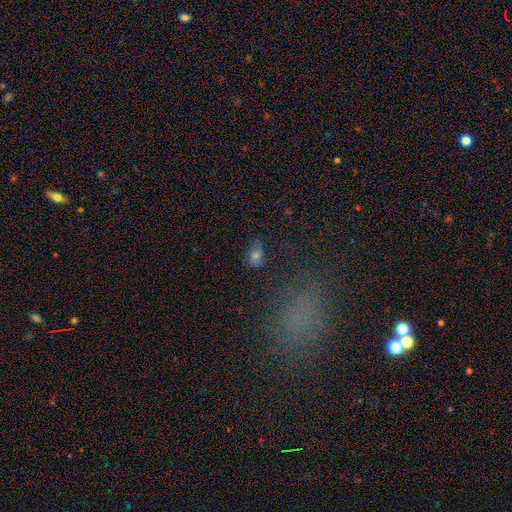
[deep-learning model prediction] smooth_or_featured: smooth (p=0.65) [alt: star or artifact p=0.22]
how_rounded: in between (p=0.72) [alt: round p=0.25]
merging: none (p=0.70) [alt: minor disturbance p=0.18]